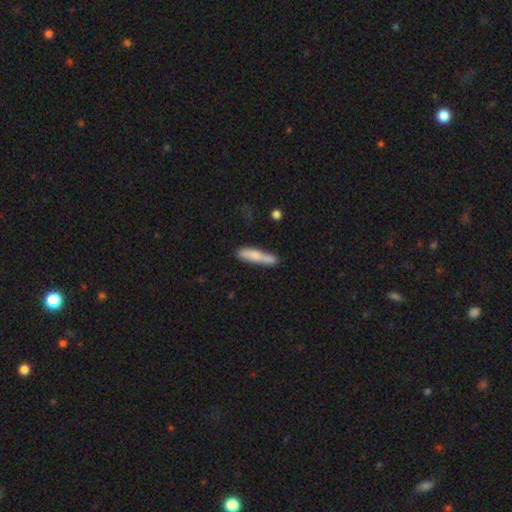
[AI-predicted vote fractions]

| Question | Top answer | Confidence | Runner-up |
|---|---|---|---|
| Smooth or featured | smooth | 73% | featured or disk (21%) |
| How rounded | cigar-shaped | 83% | in between (15%) |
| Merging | none | 60% | minor disturbance (20%) |